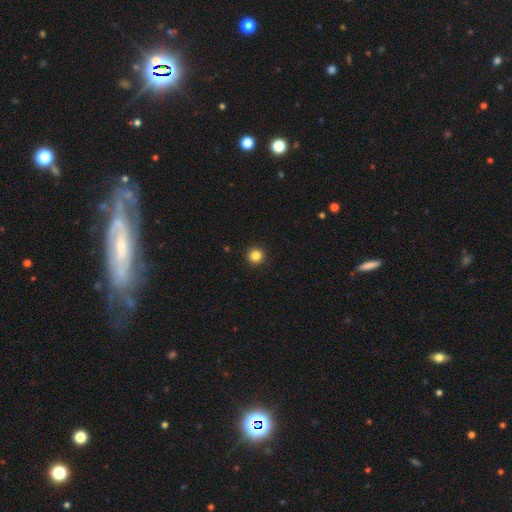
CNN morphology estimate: Smooth or featured? Predicted: smooth (p=0.85). How rounded? Predicted: round (p=0.96). Merging? Predicted: none (p=0.94).